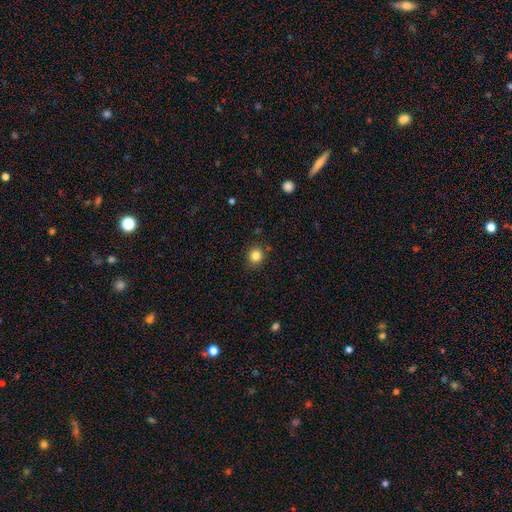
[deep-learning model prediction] smooth_or_featured: smooth (p=0.84) [alt: star or artifact p=0.11]
how_rounded: round (p=0.84) [alt: in between p=0.15]
merging: none (p=0.86) [alt: minor disturbance p=0.09]